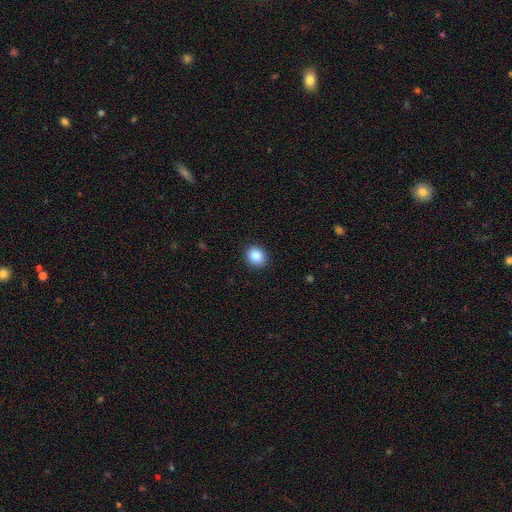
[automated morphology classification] This is clearly a smooth galaxy (87%). How rounded: likely round (68%). Merging: clearly none (91%).